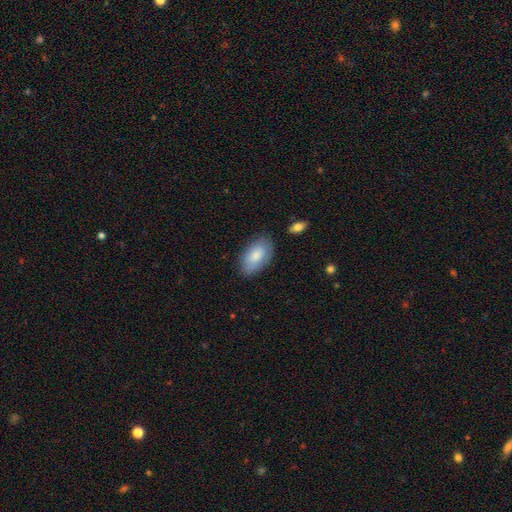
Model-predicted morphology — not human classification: This is clearly a smooth galaxy (81%). How rounded: clearly in between (94%). Merging: likely none (79%).